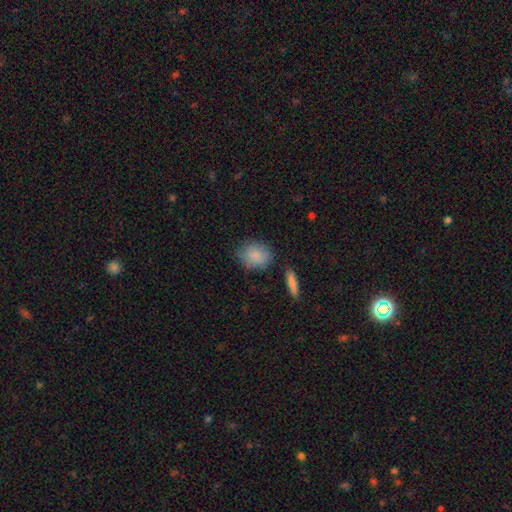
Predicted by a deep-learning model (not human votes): Smooth or featured? Predicted: smooth (p=0.85). How rounded? Predicted: round (p=0.55). Merging? Predicted: none (p=0.75).